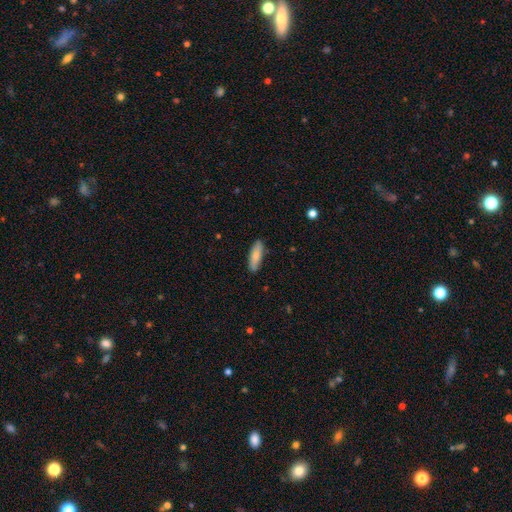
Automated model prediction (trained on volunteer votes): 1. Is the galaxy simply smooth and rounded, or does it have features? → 79% smooth, 15% featured or disk, 6% star or artifact.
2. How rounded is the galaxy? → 50% cigar-shaped, 48% in between, 2% round.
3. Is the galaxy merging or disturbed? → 87% none, 10% minor disturbance, 2% major disturbance, 1% merger.